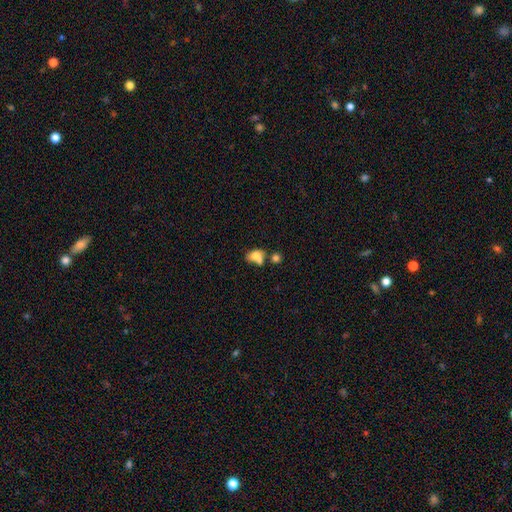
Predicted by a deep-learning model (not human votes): This appears to be a smooth galaxy with no disk features (68%) that is in between round and cigar-shaped (67%). Merging: merger (47%).